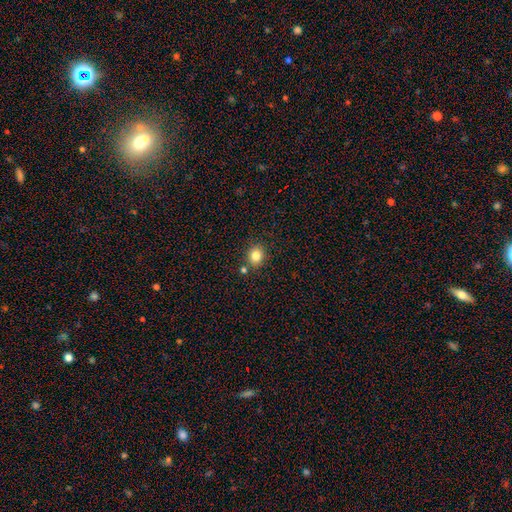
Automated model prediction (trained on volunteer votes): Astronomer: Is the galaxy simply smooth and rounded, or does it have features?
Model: smooth — 82%.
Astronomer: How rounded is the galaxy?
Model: round — 78%.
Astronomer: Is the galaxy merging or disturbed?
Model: none — 82%.